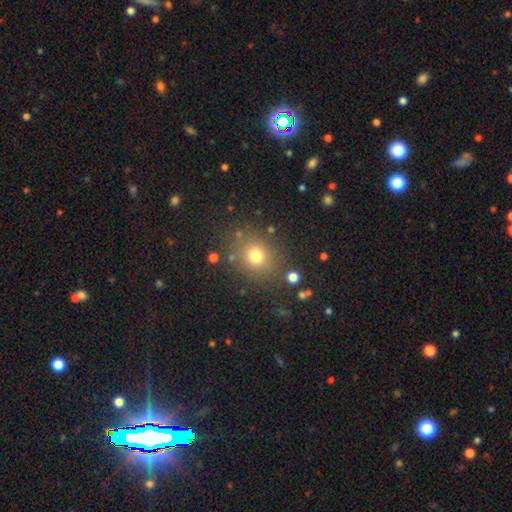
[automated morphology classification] smooth 73%, star or artifact 18%, featured or disk 9%. Down the decision tree: how rounded — round (74%); merging — none (81%).